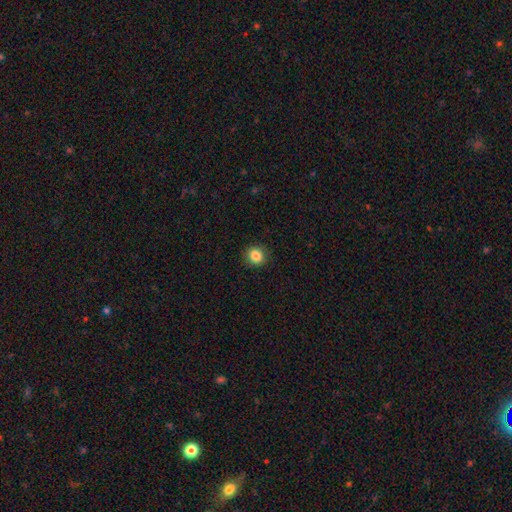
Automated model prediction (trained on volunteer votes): Smooth or featured? smooth (85%)
How rounded? round (88%)
Merging? none (90%)